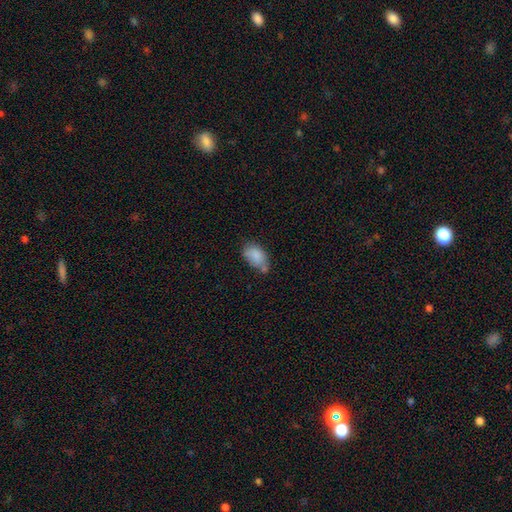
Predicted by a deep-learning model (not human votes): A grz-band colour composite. It shows a smooth galaxy with no disk features (82%) that is in between round and cigar-shaped (91%). Merging: none (44%).